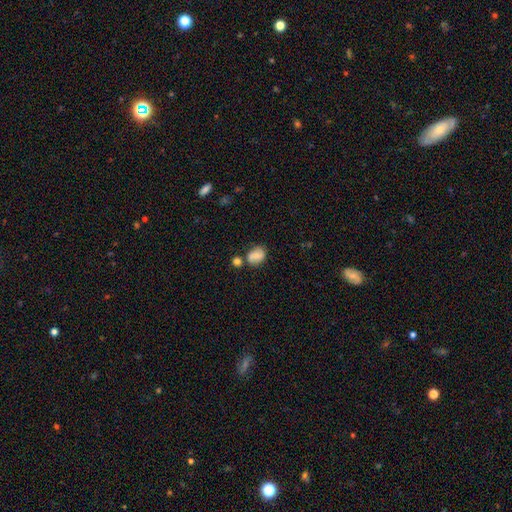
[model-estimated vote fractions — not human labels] Overall: smooth (69%). How rounded: in between (57%; round 42%). Merging: none (58%; merger 20%).